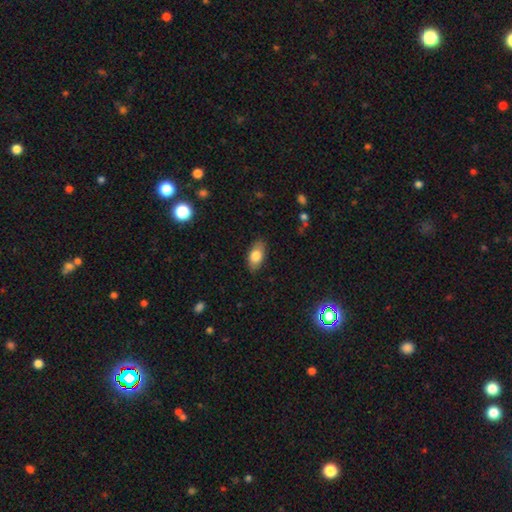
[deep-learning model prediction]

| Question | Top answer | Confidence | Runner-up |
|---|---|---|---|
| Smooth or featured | smooth | 79% | featured or disk (14%) |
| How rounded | in between | 91% | round (5%) |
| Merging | none | 85% | minor disturbance (12%) |